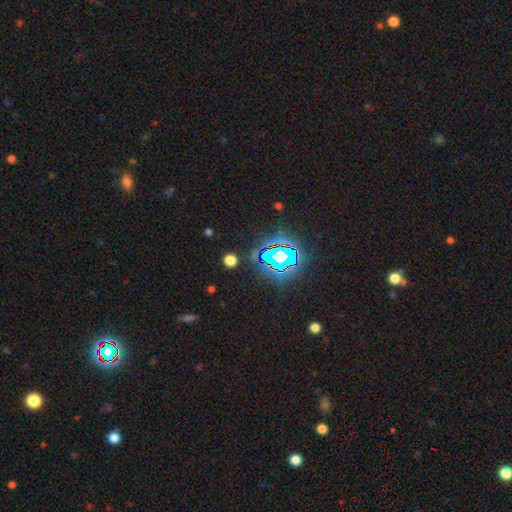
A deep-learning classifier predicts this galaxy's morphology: A star or artifact, not a galaxy (77%).